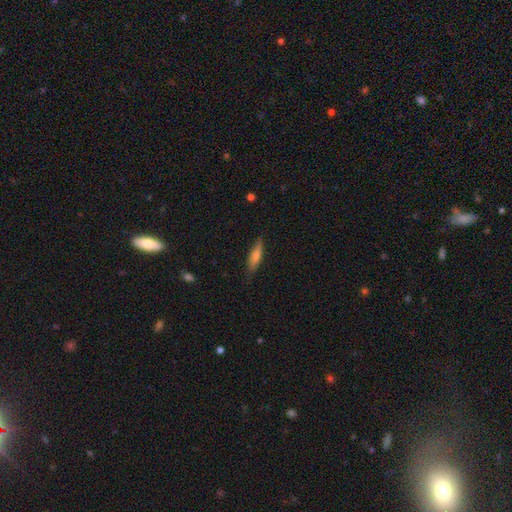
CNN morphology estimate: Smooth or featured: smooth — 59% (featured or disk — 34%)
How rounded: cigar-shaped — 79% (in between — 19%)
Merging: none — 83% (minor disturbance — 14%)